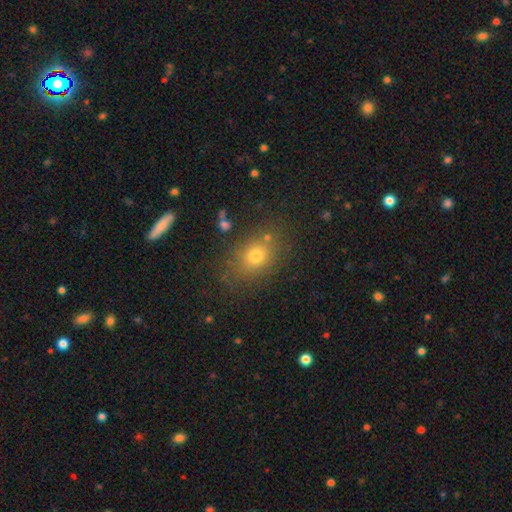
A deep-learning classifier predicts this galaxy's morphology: smooth-or-featured: smooth: 73% | star or artifact: 15% | featured or disk: 11%
  how-rounded: in between: 56% | round: 43% | cigar-shaped: 1%
  merging: none: 79% | minor disturbance: 12% | major disturbance: 5% | merger: 4%